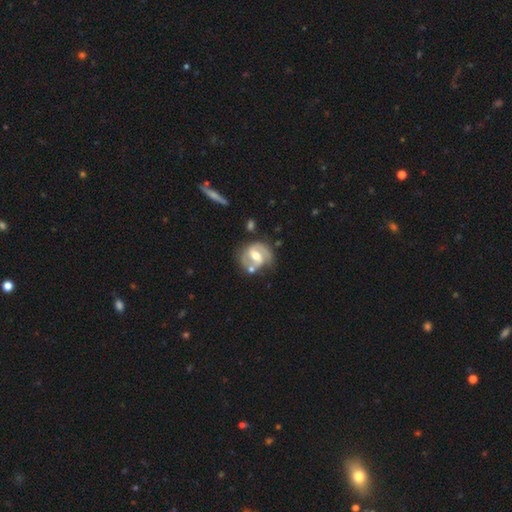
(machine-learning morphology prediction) smooth-or-featured: featured or disk: 82% | smooth: 13% | star or artifact: 5%
  disk-edge-on: no: 97% | yes: 3%
    bar: weak: 46% | strong: 30% | no: 24%
    has-spiral-arms: yes: 92% | no: 8%
      spiral-winding: medium: 49% | tight: 35% | loose: 17%
      spiral-arm-count: 2: 82% | 1: 9% | can't tell: 6% | 3: 2% | 4: 1% | more than 4: 1%
    bulge-size: moderate: 71% | small: 21% | large: 6% | none: 1% | dominant: 1%
  merging: none: 66% | minor disturbance: 18% | merger: 9% | major disturbance: 7%